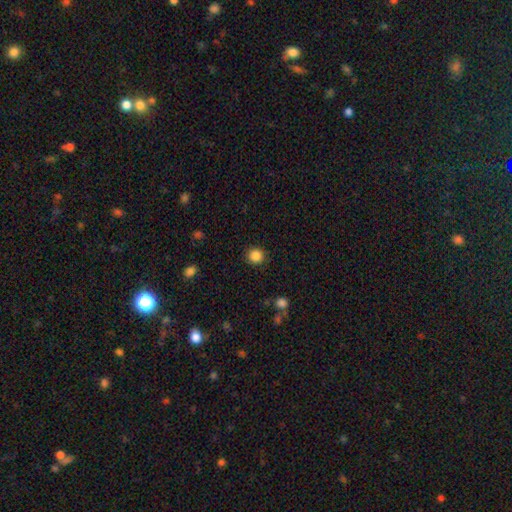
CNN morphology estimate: The model was most divided on "smooth or featured": smooth: 86%, star or artifact: 11%, featured or disk: 3%. More confident: how rounded — round (91%); merging — none (90%).